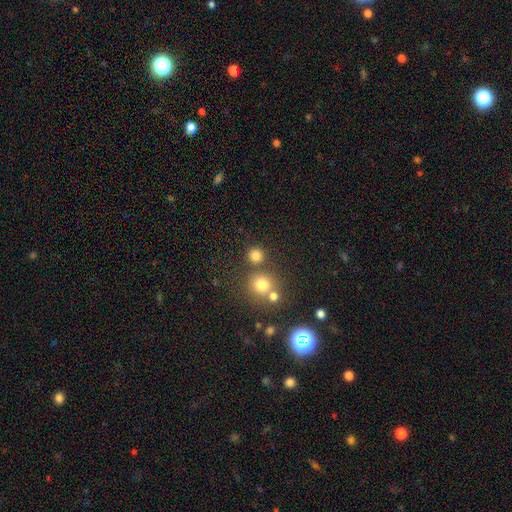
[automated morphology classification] Overall: smooth (78%). How rounded: round (91%). Merging: none (75%).